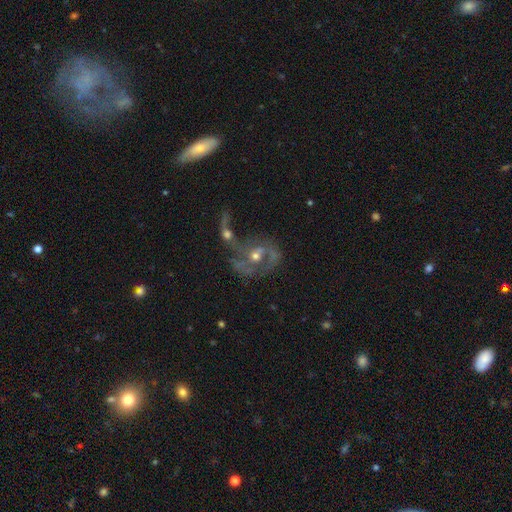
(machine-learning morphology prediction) Smooth or featured?
  - featured or disk: 75% *
  - smooth: 16%
  - star or artifact: 9%
Edge-on disk?
  - no: 97% *
  - yes: 3%
Bar?
  - no: 69% *
  - weak: 24%
  - strong: 7%
Spiral arms?
  - yes: 72% *
  - no: 28%
Spiral winding?
  - medium: 41% *
  - loose: 35%
  - tight: 24%
Spiral arm count?
  - 2: 50% *
  - can't tell: 21%
  - 1: 19%
  - 3: 6%
  - 4: 2%
  - more than 4: 2%
Bulge size?
  - moderate: 61% *
  - small: 30%
  - large: 4%
  - none: 3%
  - dominant: 1%
Merging?
  - merger: 53% *
  - none: 19%
  - major disturbance: 18%
  - minor disturbance: 10%